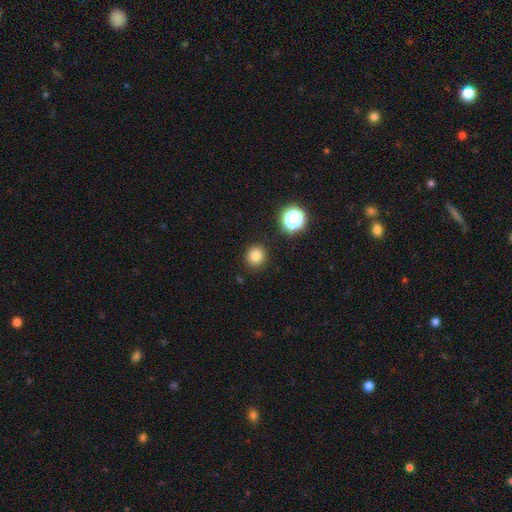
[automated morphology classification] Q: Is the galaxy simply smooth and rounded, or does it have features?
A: smooth — 81%.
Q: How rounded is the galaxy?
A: round — 92%.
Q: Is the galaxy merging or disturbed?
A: none — 90%.